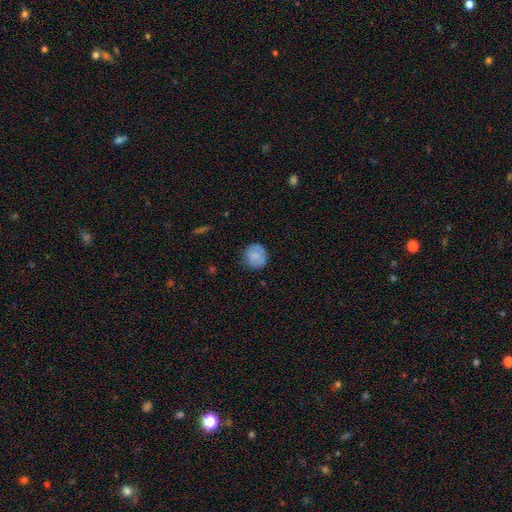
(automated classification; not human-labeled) This appears to be a smooth galaxy with no disk features (82%) that is round (80%). Merging: none (76%).